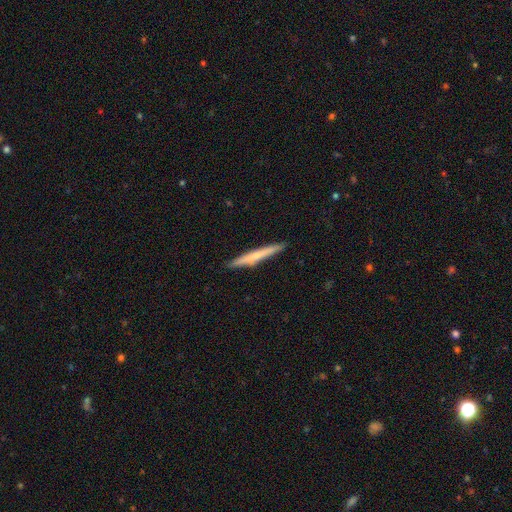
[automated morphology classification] Smooth or featured? smooth (52%)
How rounded? cigar-shaped (96%)
Merging? none (90%)